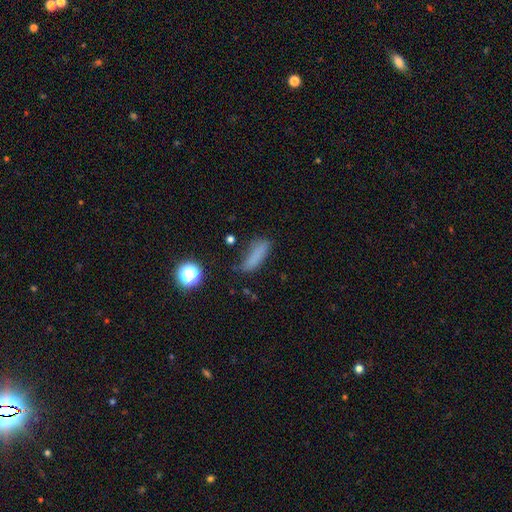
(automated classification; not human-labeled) Smooth or featured? Predicted: smooth (p=0.75). How rounded? Predicted: cigar-shaped (p=0.57). Merging? Predicted: none (p=0.60).